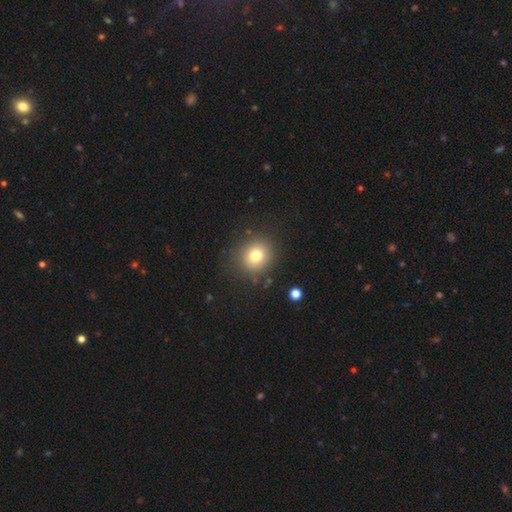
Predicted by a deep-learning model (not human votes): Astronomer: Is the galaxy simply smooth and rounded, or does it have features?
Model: smooth — 79%.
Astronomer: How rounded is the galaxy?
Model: round — 82%.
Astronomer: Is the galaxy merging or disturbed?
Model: none — 85%.